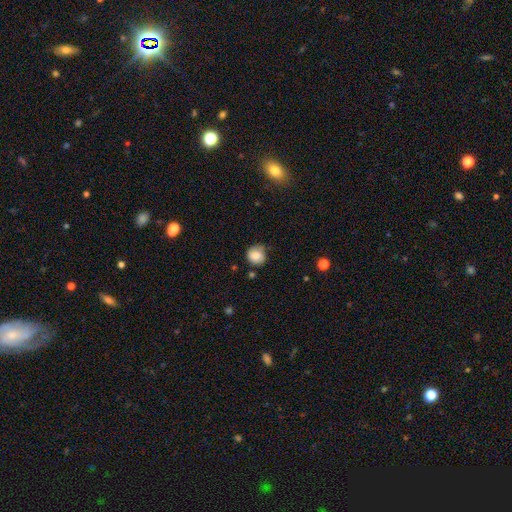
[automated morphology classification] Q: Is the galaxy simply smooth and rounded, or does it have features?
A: smooth — 75%.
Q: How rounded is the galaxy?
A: round — 84%.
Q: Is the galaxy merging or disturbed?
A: none — 60%.